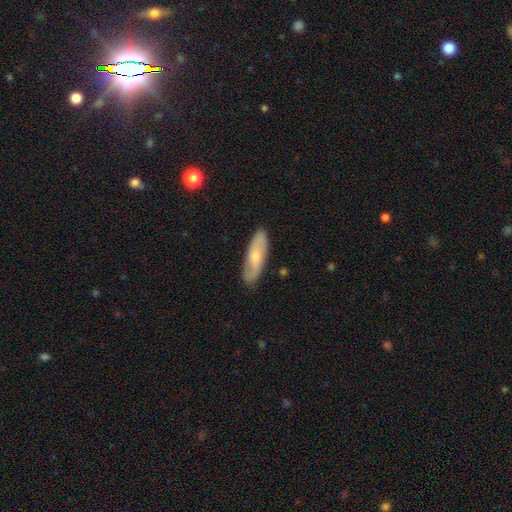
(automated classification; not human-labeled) Smooth or featured? smooth (50%)
Merging? none (83%)